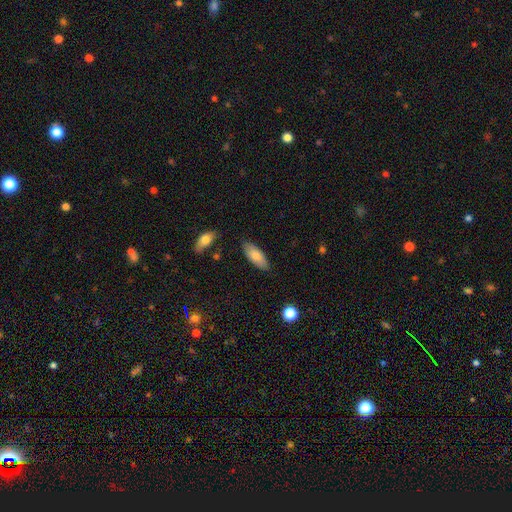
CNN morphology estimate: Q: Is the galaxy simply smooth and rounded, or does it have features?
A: smooth — 81%.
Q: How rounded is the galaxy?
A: in between — 77%.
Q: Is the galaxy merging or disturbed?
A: none — 83%.